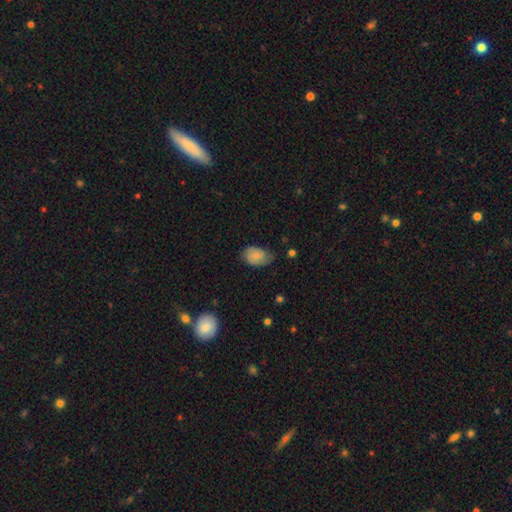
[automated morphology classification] Smooth or featured? Predicted: smooth (p=0.72). How rounded? Predicted: in between (p=0.85). Merging? Predicted: none (p=0.55).